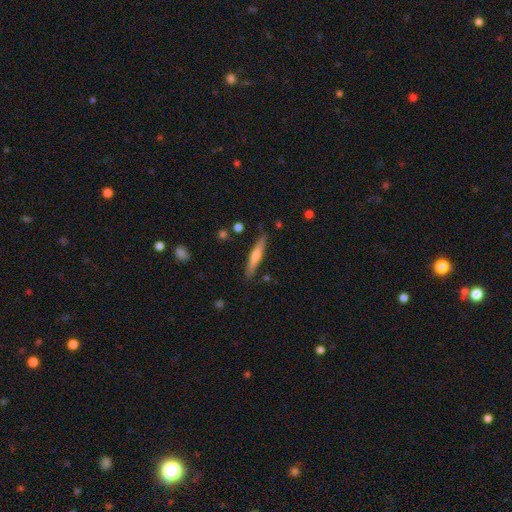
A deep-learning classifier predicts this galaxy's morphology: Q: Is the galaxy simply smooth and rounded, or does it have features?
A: featured or disk — 48%.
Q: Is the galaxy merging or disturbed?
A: none — 87%.